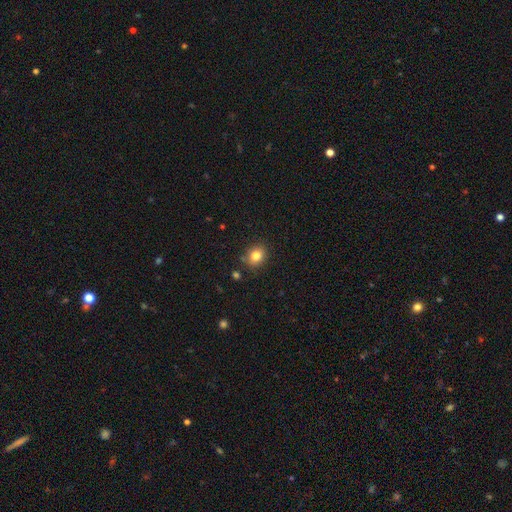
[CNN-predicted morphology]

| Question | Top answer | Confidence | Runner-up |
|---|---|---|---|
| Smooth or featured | smooth | 81% | star or artifact (12%) |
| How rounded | round | 65% | in between (34%) |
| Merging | none | 83% | minor disturbance (12%) |